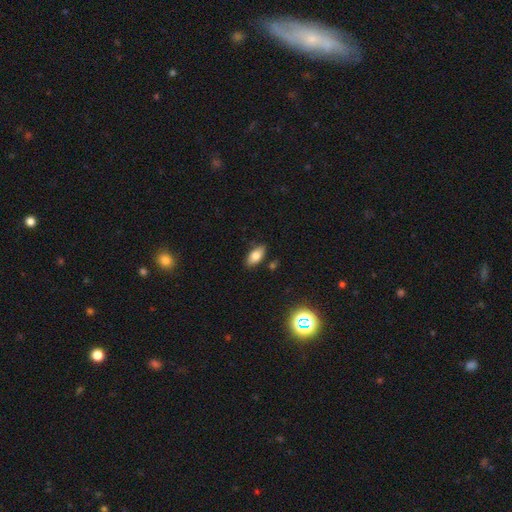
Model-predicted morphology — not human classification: A smooth galaxy with no disk features (79%) that is in between round and cigar-shaped (90%). Merging: none (84%).